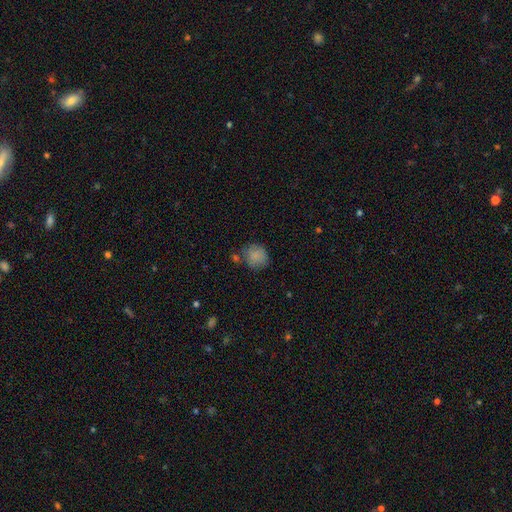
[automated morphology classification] Overall: smooth (84%). How rounded: round (79%). Merging: none (68%).